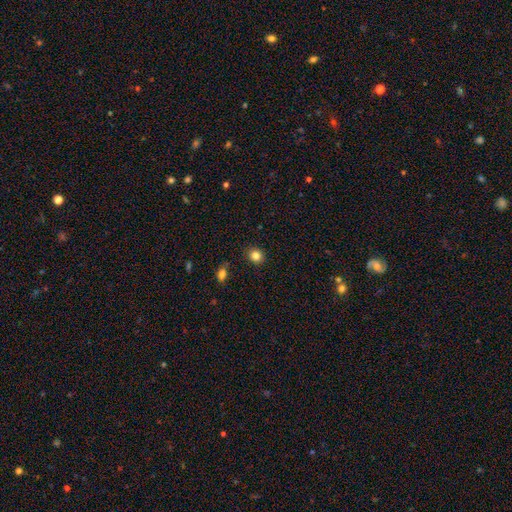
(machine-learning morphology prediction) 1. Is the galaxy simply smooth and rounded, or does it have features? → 84% smooth, 11% star or artifact, 5% featured or disk.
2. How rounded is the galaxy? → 77% round, 22% in between, 1% cigar-shaped.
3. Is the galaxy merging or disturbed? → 89% none, 7% minor disturbance, 2% major disturbance, 2% merger.